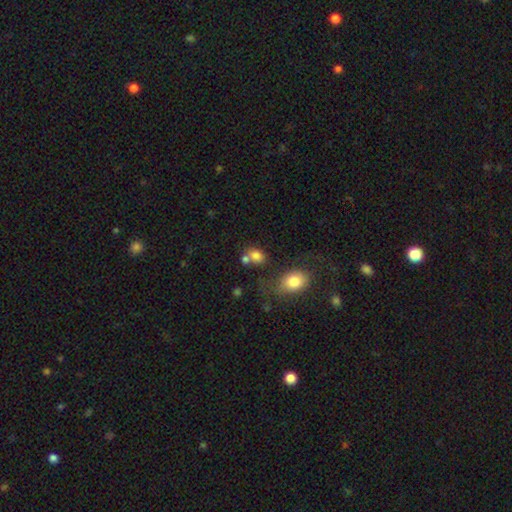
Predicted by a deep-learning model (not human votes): The model was most divided on "merging": none: 49%, merger: 32%, minor disturbance: 13%, major disturbance: 6%. More confident: smooth or featured — smooth (79%); how rounded — in between (59%).